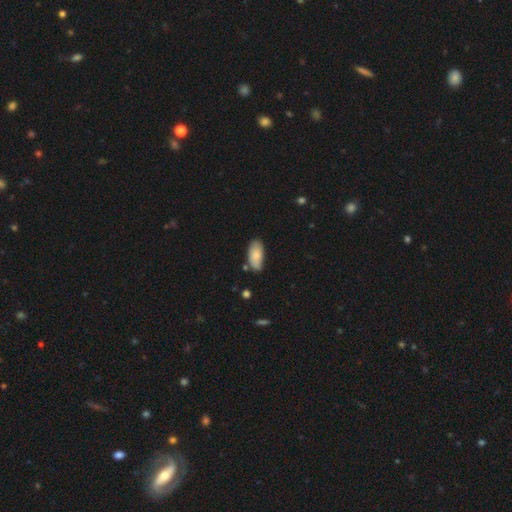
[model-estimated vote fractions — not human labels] smooth 78%, featured or disk 16%, star or artifact 6%. Down the decision tree: how rounded — in between (92%); merging — none (67%).